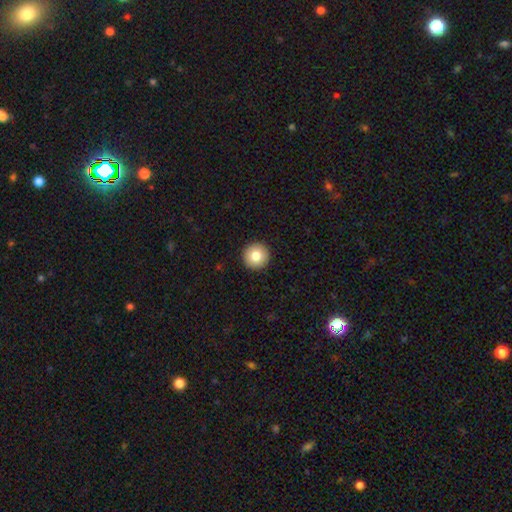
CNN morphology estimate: smooth-or-featured: smooth: 81% | featured or disk: 10% | star or artifact: 9%
  how-rounded: round: 96% | in between: 3% | cigar-shaped: 1%
  merging: none: 94% | minor disturbance: 4% | major disturbance: 1% | merger: 1%